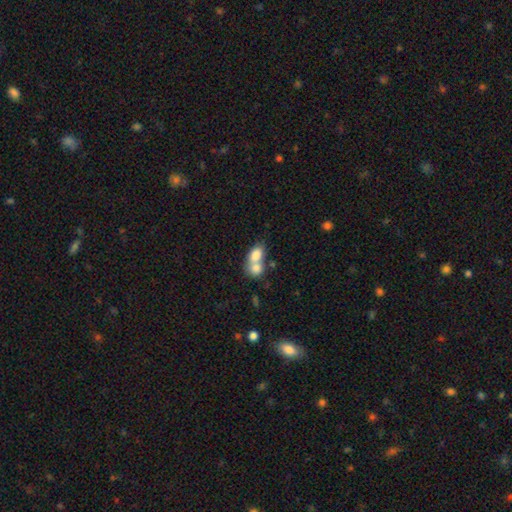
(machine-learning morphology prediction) The model was most divided on "merging": merger: 70%, none: 20%, minor disturbance: 6%, major disturbance: 4%. More confident: smooth or featured — smooth (77%); how rounded — in between (75%).